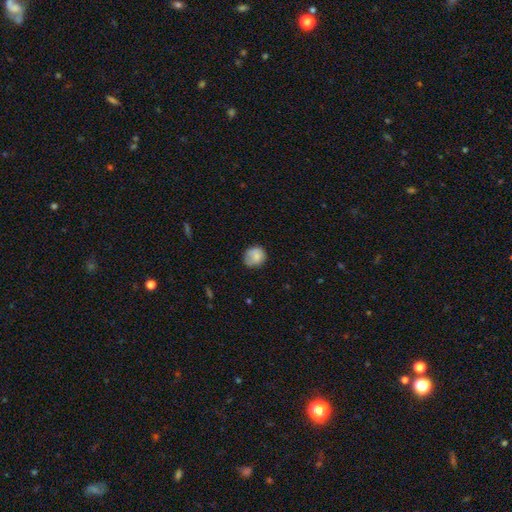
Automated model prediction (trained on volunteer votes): The model was most divided on "merging": none: 62%, minor disturbance: 28%, major disturbance: 7%, merger: 2%. More confident: smooth or featured — smooth (79%); how rounded — round (74%).